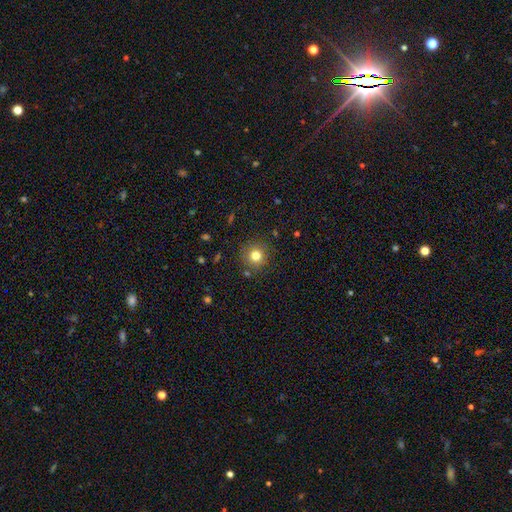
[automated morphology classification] This is likely a smooth galaxy (78%). How rounded: clearly round (93%). Merging: clearly none (85%).